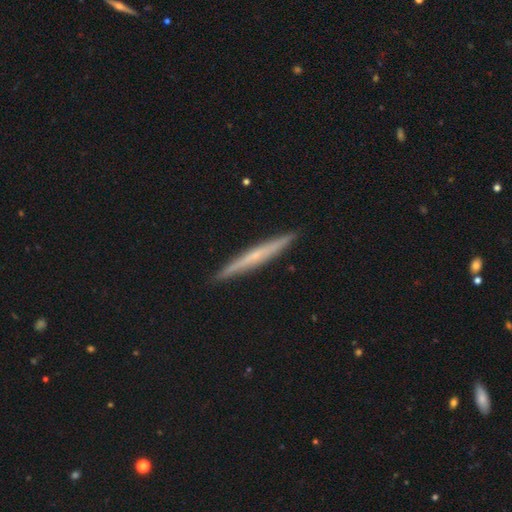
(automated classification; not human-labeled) Morphology: type=featured or disk (57%); edge-on=yes (97%); edge-on bulge=none (64%); merging=none (92%).